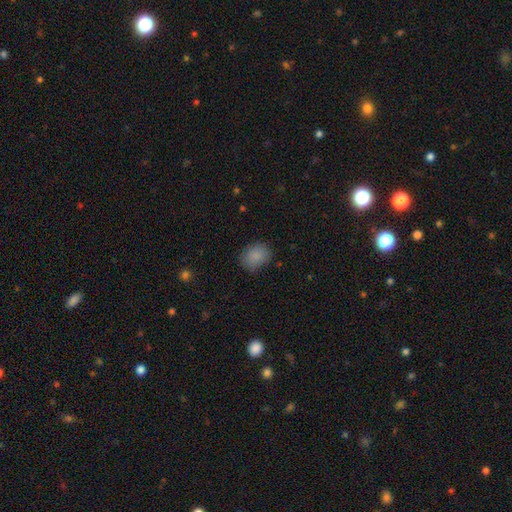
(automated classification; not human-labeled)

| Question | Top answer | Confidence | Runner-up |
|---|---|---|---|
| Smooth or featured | smooth | 87% | star or artifact (9%) |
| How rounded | in between | 58% | round (41%) |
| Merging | none | 81% | minor disturbance (15%) |